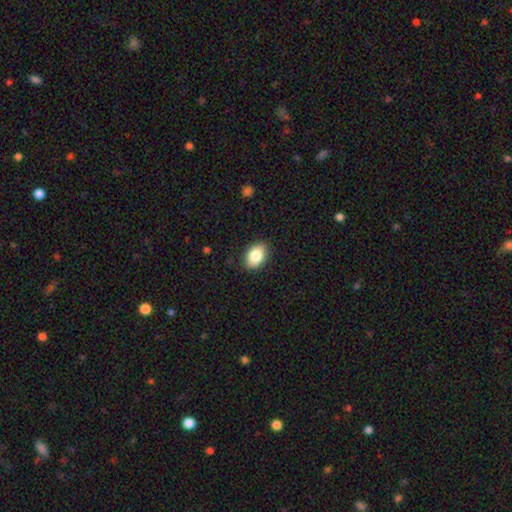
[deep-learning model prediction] Q: Smooth or featured?
A: smooth (85%); runner-up: featured or disk (8%)
Q: How rounded?
A: in between (86%); runner-up: round (13%)
Q: Merging?
A: none (88%); runner-up: minor disturbance (9%)